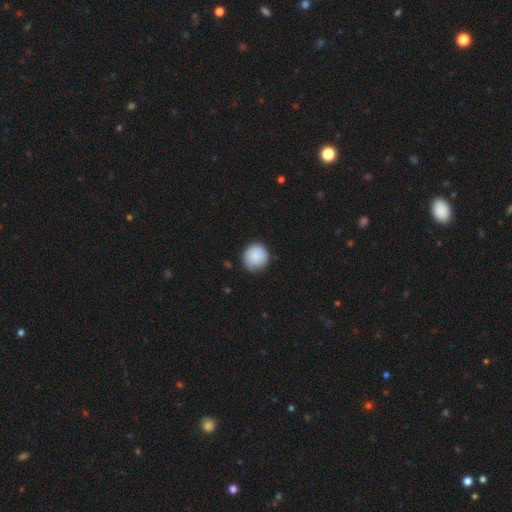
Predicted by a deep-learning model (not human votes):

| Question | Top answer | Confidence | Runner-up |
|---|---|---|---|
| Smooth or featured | smooth | 85% | featured or disk (9%) |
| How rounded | round | 93% | in between (6%) |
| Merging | none | 78% | minor disturbance (18%) |